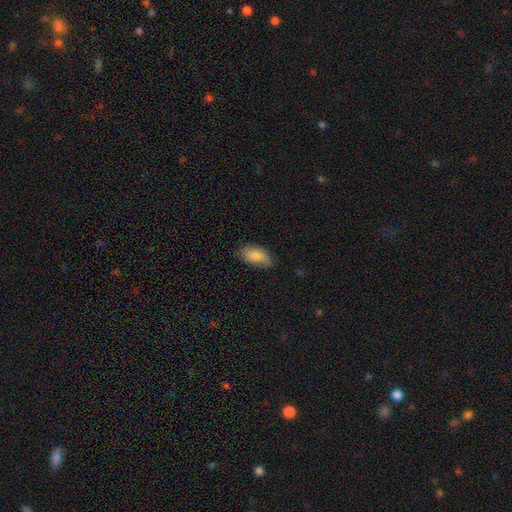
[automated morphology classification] A smooth galaxy with no disk features (82%) that is in between round and cigar-shaped (93%). Merging: none (68%).